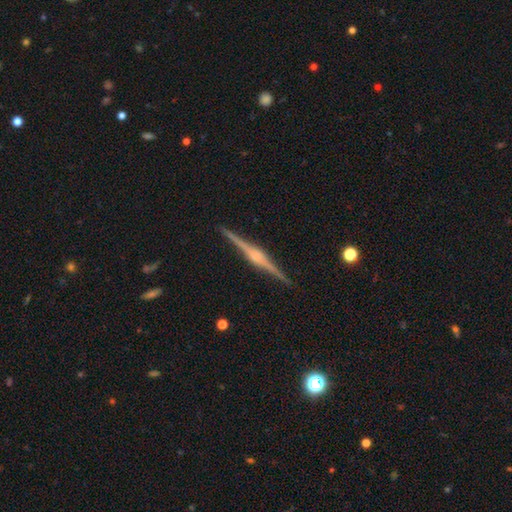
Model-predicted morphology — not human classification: smooth-or-featured: featured or disk: 88% | smooth: 7% | star or artifact: 5%
  disk-edge-on: yes: 99% | no: 1%
    edge-on-bulge: rounded: 71% | boxy: 22% | none: 7%
  merging: none: 92% | minor disturbance: 6% | major disturbance: 1% | merger: 1%